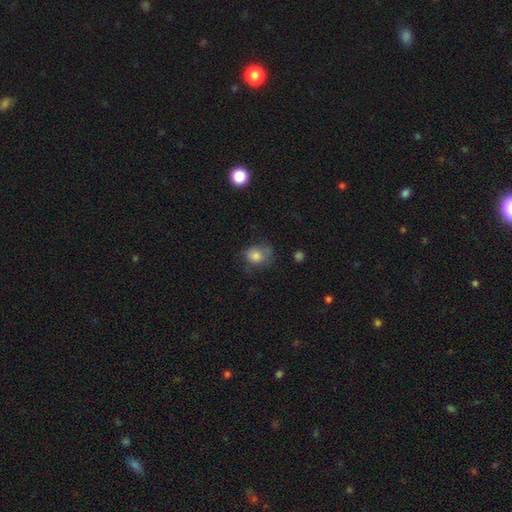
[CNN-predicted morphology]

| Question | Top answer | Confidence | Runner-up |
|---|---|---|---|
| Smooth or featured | smooth | 78% | featured or disk (11%) |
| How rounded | round | 63% | in between (36%) |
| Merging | none | 51% | minor disturbance (29%) |